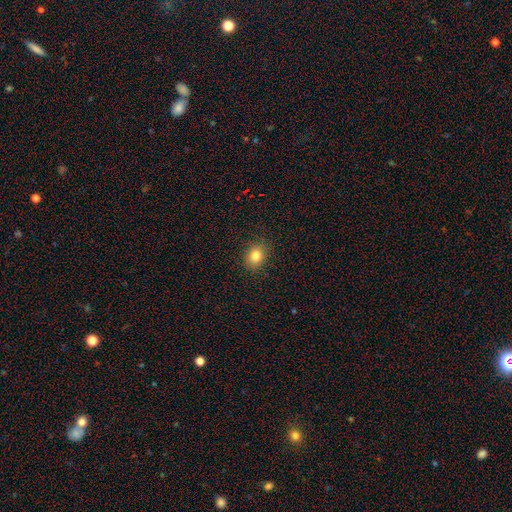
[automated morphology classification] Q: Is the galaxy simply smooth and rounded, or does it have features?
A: smooth — 83%.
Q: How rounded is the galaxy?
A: round — 51%.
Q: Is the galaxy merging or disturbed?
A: none — 88%.